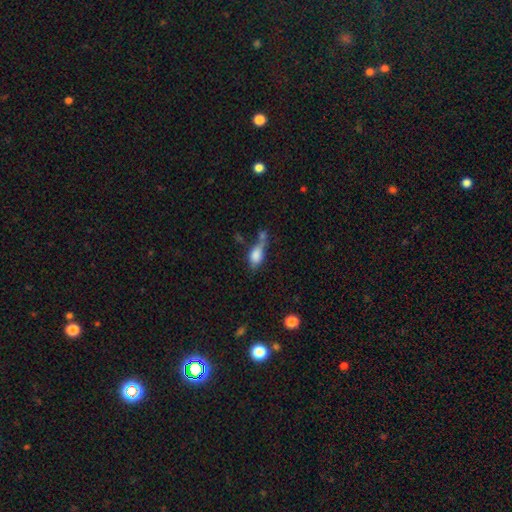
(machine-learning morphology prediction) Smooth or featured? smooth (73%)
How rounded? in between (77%)
Merging? merger (38%)